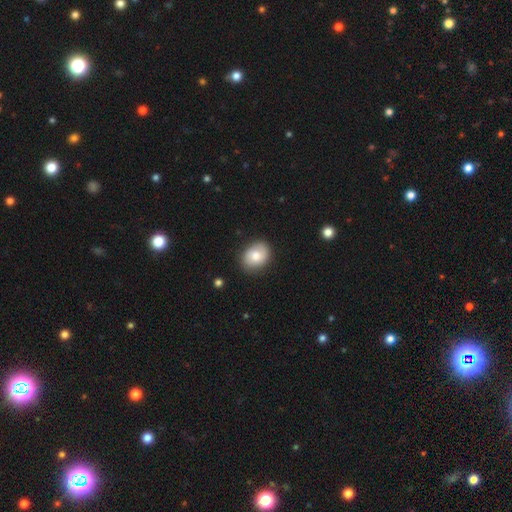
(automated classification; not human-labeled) smooth_or_featured: smooth (p=0.75) [alt: featured or disk p=0.18]
how_rounded: in between (p=0.59) [alt: round p=0.40]
merging: none (p=0.84) [alt: minor disturbance p=0.12]